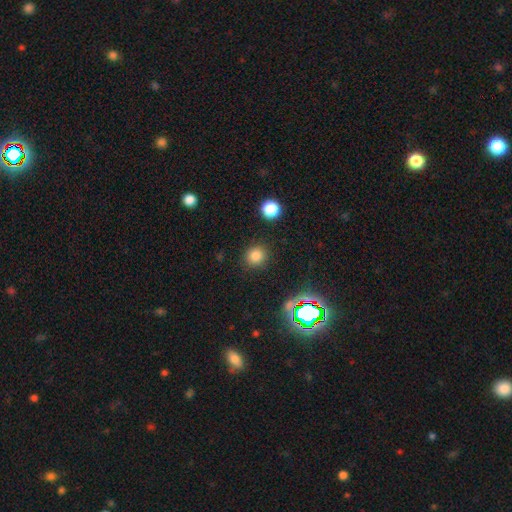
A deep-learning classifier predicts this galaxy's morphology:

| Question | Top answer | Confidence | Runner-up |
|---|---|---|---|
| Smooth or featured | smooth | 80% | star or artifact (15%) |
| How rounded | round | 87% | in between (12%) |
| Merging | none | 88% | minor disturbance (7%) |